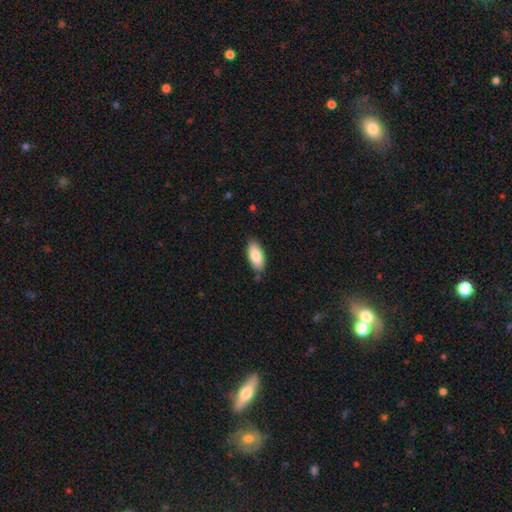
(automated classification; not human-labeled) smooth_or_featured: smooth (p=0.85) [alt: featured or disk p=0.09]
how_rounded: in between (p=0.88) [alt: cigar-shaped p=0.10]
merging: none (p=0.82) [alt: minor disturbance p=0.14]